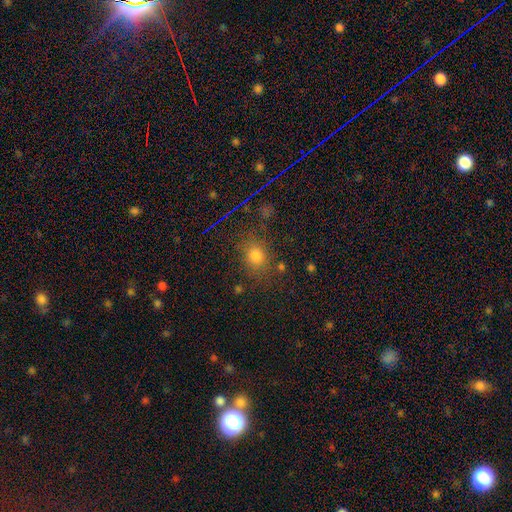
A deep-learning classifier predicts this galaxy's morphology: type=smooth (73%); roundness=round (56%); merging=none (77%).